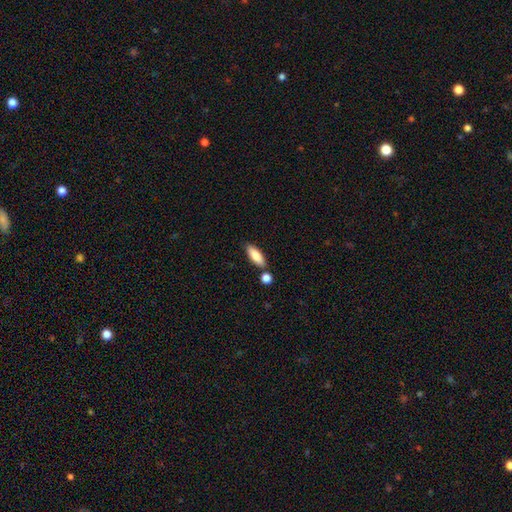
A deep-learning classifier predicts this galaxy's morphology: Overall: smooth (83%). How rounded: in between (68%; cigar-shaped 29%). Merging: none (76%).